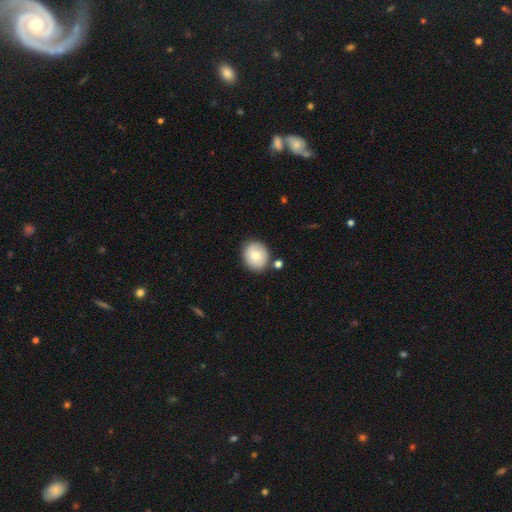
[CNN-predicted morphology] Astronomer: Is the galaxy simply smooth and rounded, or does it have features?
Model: smooth — 77%.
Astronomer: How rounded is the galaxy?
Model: round — 72%.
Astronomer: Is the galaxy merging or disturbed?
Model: none — 81%.